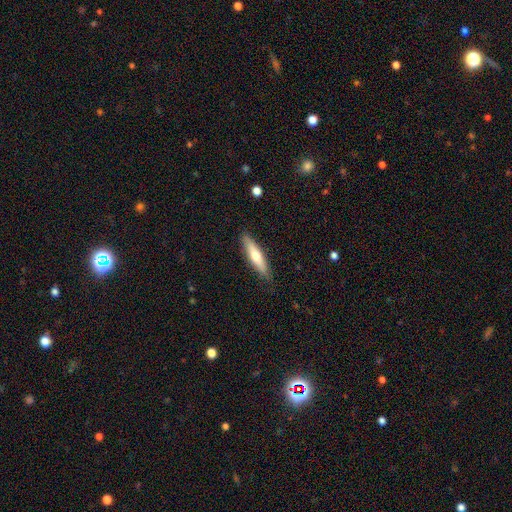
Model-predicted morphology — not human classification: Overall: smooth (57%; featured or disk 38%). How rounded: cigar-shaped (78%). Merging: none (87%).